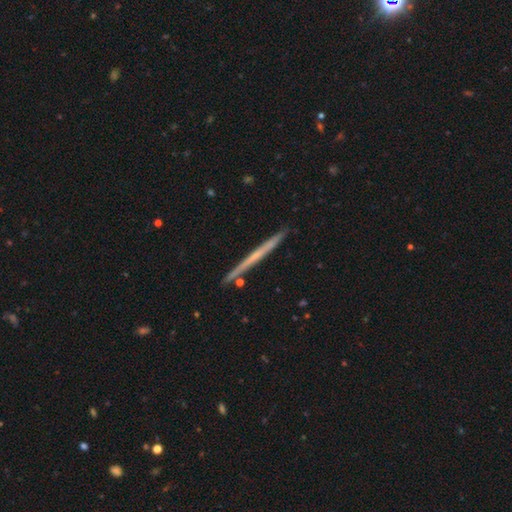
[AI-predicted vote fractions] This is likely a featured or disk galaxy (61%). It is clearly viewed edge-on (98%). Edge-on bulge: clearly none (82%). Merging: clearly none (91%).